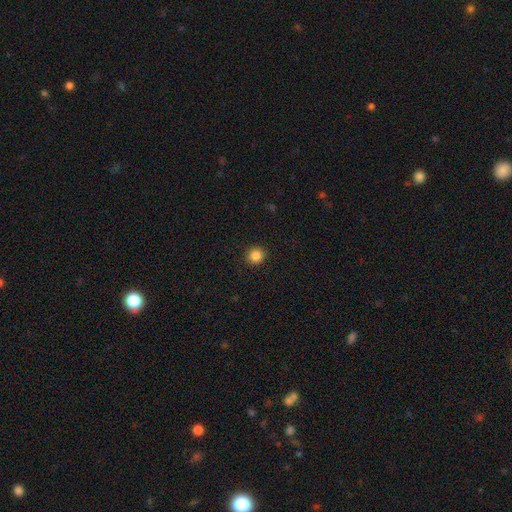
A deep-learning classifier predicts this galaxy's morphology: Smooth or featured?
  - smooth: 87% *
  - star or artifact: 11%
  - featured or disk: 3%
How rounded?
  - round: 93% *
  - in between: 6%
  - cigar-shaped: 1%
Merging?
  - none: 92% *
  - minor disturbance: 5%
  - major disturbance: 2%
  - merger: 1%